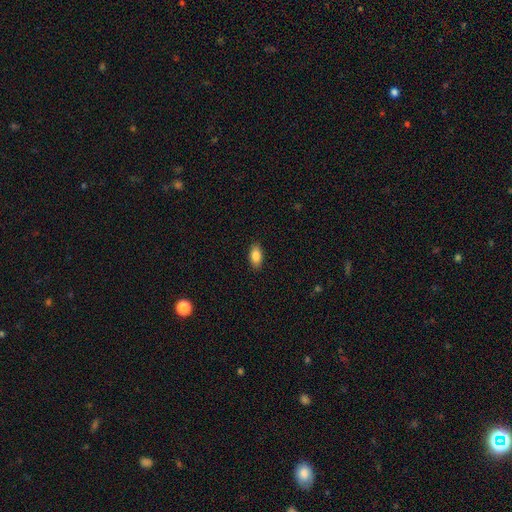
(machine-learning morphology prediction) The model was most divided on "smooth or featured": smooth: 86%, star or artifact: 7%, featured or disk: 7%. More confident: how rounded — in between (91%); merging — none (89%).